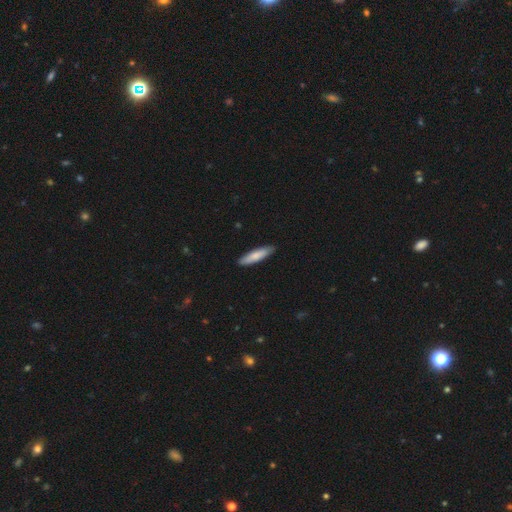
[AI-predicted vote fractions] Q: Smooth or featured?
A: smooth (80%); runner-up: featured or disk (15%)
Q: How rounded?
A: cigar-shaped (77%); runner-up: in between (22%)
Q: Merging?
A: none (88%); runner-up: minor disturbance (9%)